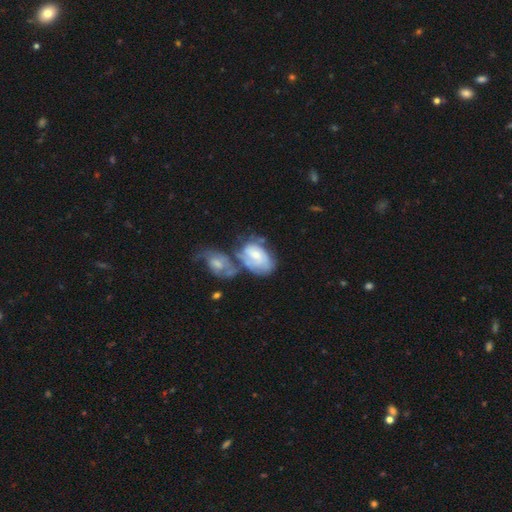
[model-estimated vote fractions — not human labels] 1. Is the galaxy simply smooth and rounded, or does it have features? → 53% featured or disk, 40% smooth, 6% star or artifact.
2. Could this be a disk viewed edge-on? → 95% no, 5% yes.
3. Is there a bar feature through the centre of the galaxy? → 68% no, 27% weak, 5% strong.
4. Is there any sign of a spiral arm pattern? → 70% yes, 30% no.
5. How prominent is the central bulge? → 45% small, 41% moderate, 7% none, 6% large, 2% dominant.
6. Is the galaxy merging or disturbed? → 46% merger, 24% none, 17% minor disturbance, 14% major disturbance.